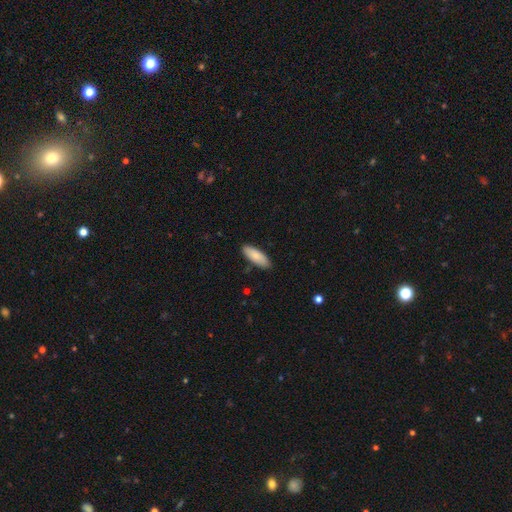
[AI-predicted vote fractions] This appears to be a smooth galaxy with no disk features (82%) that is in between round and cigar-shaped (70%). Merging: none (87%).